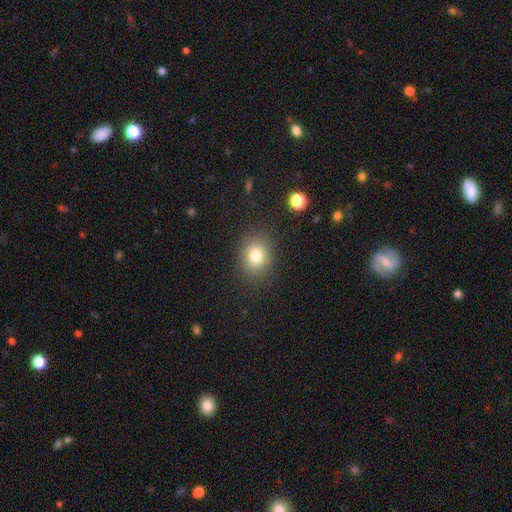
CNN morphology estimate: A smooth galaxy with no disk features (79%) that is round (58%). Merging: none (86%).